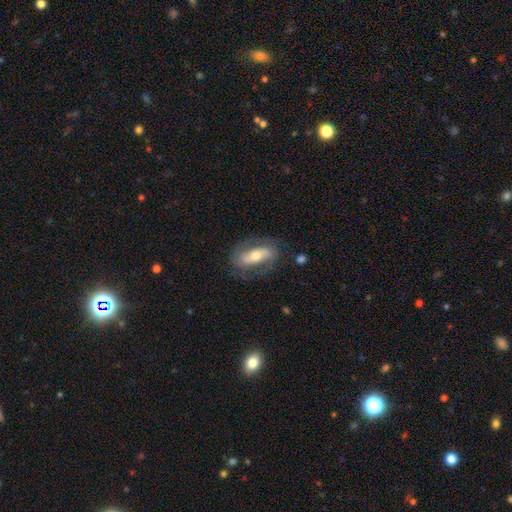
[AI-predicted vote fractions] Overall: featured or disk (65%; smooth 29%). Edge-on disk: no (88%). Bar: strong (43%; no 32%). Spiral arms: yes (74%). Bulge size: moderate (61%; small 30%). Merging: none (73%).